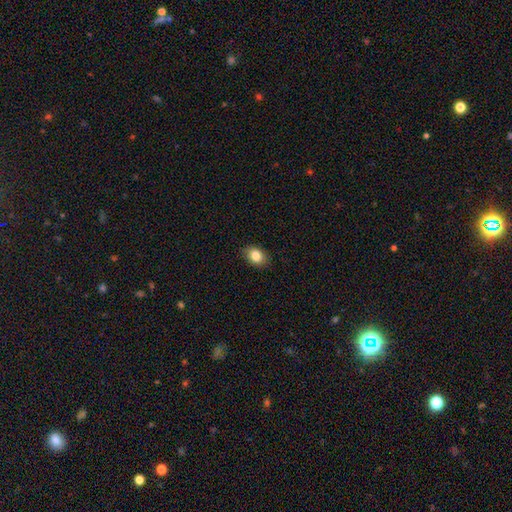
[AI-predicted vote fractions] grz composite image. It shows a smooth galaxy with no disk features (84%) that is in between round and cigar-shaped (76%). Merging: none (86%).